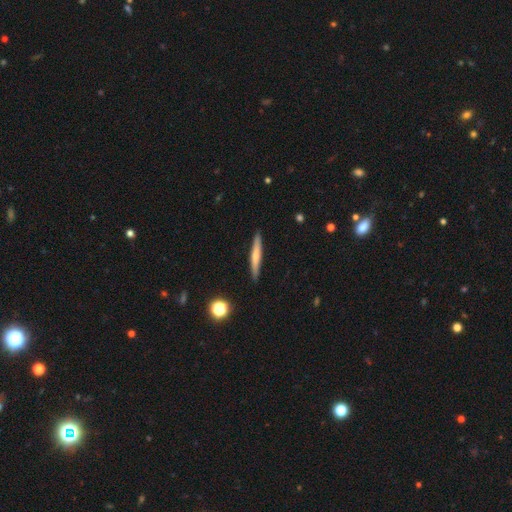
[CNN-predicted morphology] smooth-or-featured: smooth: 58% | featured or disk: 36% | star or artifact: 6%
  how-rounded: cigar-shaped: 95% | in between: 4% | round: 1%
  merging: none: 90% | minor disturbance: 7% | major disturbance: 1% | merger: 1%